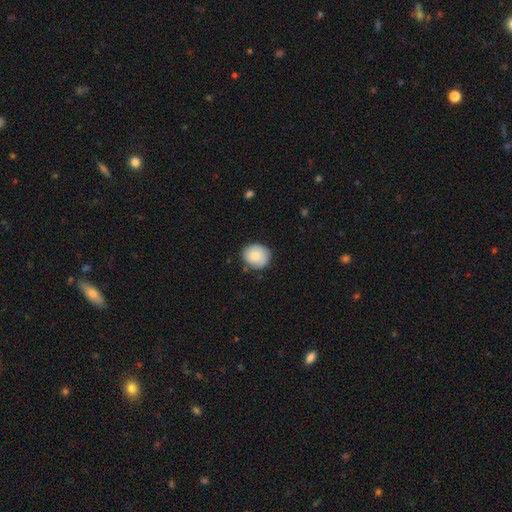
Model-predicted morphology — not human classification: This is likely a smooth galaxy (80%). How rounded: likely round (80%). Merging: likely none (80%).